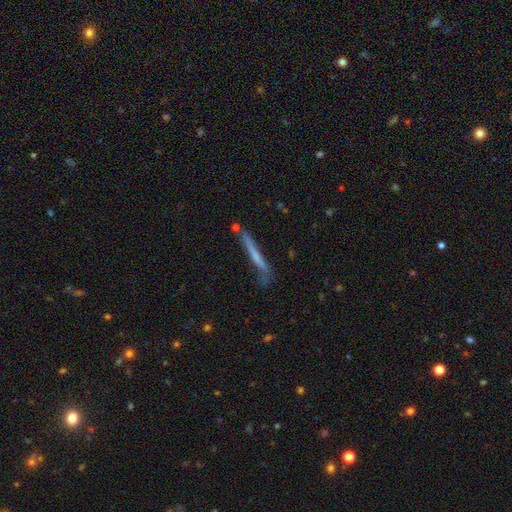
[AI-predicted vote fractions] Overall: smooth (51%; featured or disk 42%). How rounded: cigar-shaped (96%). Merging: none (67%).